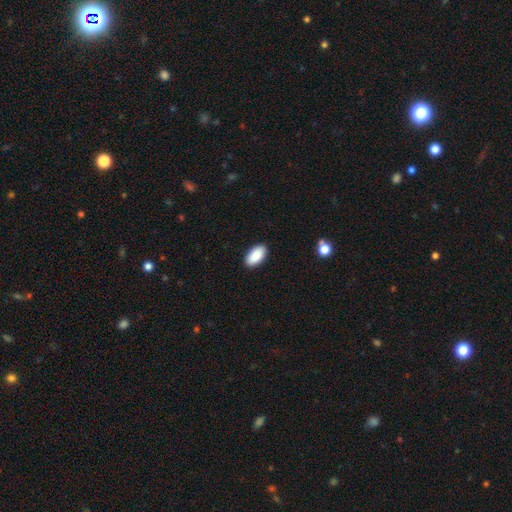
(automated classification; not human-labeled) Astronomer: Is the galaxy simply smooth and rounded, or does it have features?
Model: smooth — 91%.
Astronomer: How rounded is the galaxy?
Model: in between — 95%.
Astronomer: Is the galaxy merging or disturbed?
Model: none — 90%.